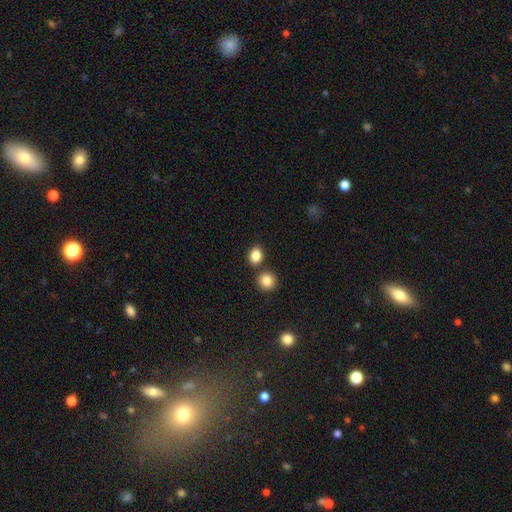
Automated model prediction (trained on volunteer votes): A smooth galaxy with no disk features (85%) that is round (50%).

Vote fractions:
- Smooth or featured? smooth: 85% / star or artifact: 10% / featured or disk: 5%
- How rounded? round: 50% / in between: 49% / cigar-shaped: 1%
- Merging? none: 73% / merger: 15% / minor disturbance: 9% / major disturbance: 3%